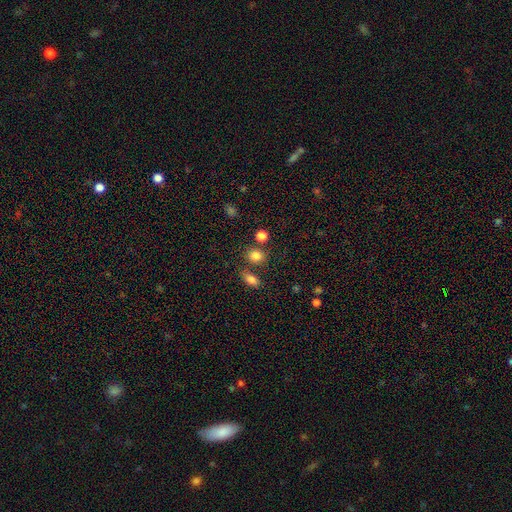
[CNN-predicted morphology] smooth-or-featured: smooth: 82% | star or artifact: 12% | featured or disk: 6%
  how-rounded: round: 63% | in between: 35% | cigar-shaped: 1%
  merging: none: 69% | merger: 16% | minor disturbance: 11% | major disturbance: 4%